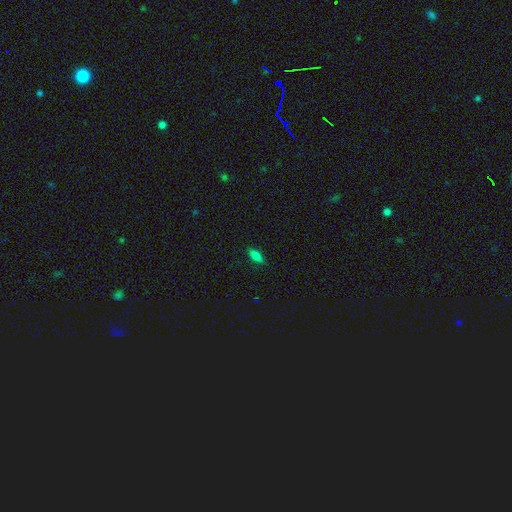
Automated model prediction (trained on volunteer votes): Overall: smooth (77%). How rounded: in between (67%; cigar-shaped 30%). Merging: none (86%).